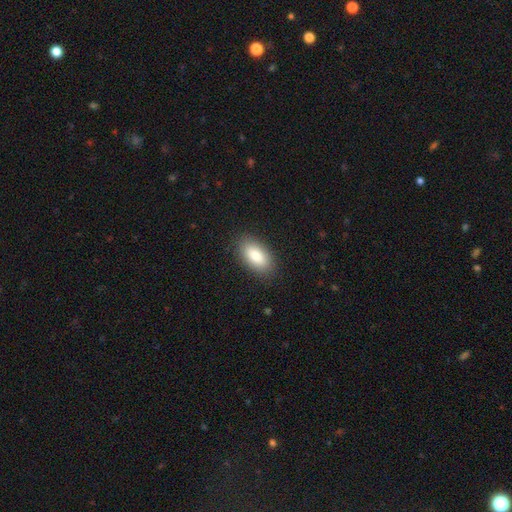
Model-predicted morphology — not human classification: Smooth or featured?
  - smooth: 84% *
  - featured or disk: 9%
  - star or artifact: 7%
How rounded?
  - in between: 93% *
  - cigar-shaped: 4%
  - round: 3%
Merging?
  - none: 87% *
  - minor disturbance: 9%
  - major disturbance: 3%
  - merger: 1%